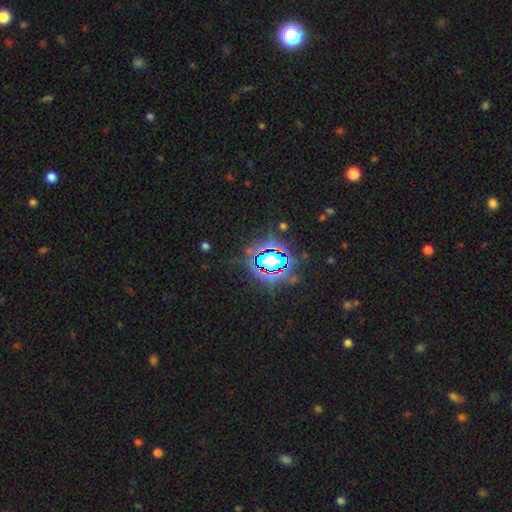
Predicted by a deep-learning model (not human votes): Smooth or featured: star or artifact — 82% (smooth — 11%)